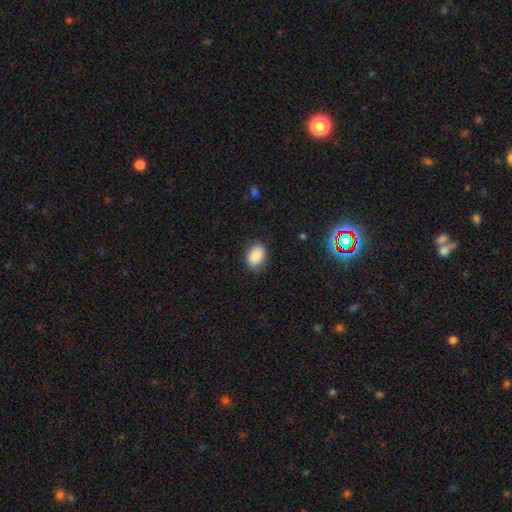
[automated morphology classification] A smooth galaxy with no disk features (88%) that is in between round and cigar-shaped (73%). Merging: none (79%).